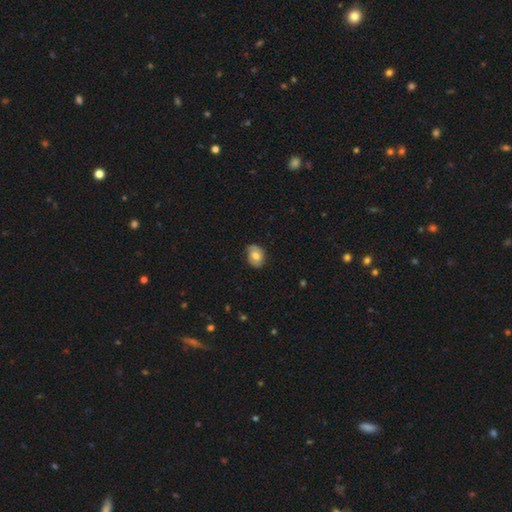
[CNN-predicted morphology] smooth_or_featured: smooth (p=0.63) [alt: featured or disk p=0.29]
how_rounded: in between (p=0.67) [alt: round p=0.32]
merging: none (p=0.75) [alt: minor disturbance p=0.20]